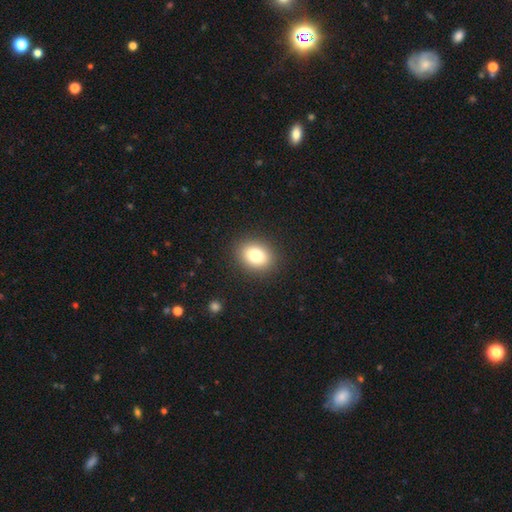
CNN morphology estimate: Smooth or featured?
  - smooth: 80% *
  - star or artifact: 10%
  - featured or disk: 10%
How rounded?
  - in between: 56% *
  - round: 43%
  - cigar-shaped: 1%
Merging?
  - none: 90% *
  - minor disturbance: 7%
  - major disturbance: 3%
  - merger: 1%